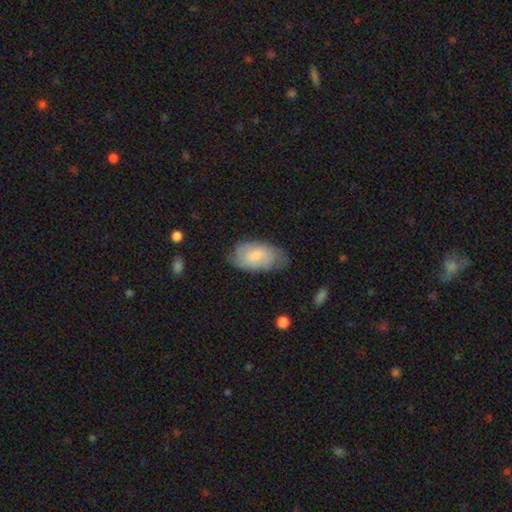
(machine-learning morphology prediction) smooth_or_featured: smooth (p=0.58) [alt: featured or disk p=0.36]
how_rounded: in between (p=0.93) [alt: round p=0.04]
merging: none (p=0.64) [alt: minor disturbance p=0.27]